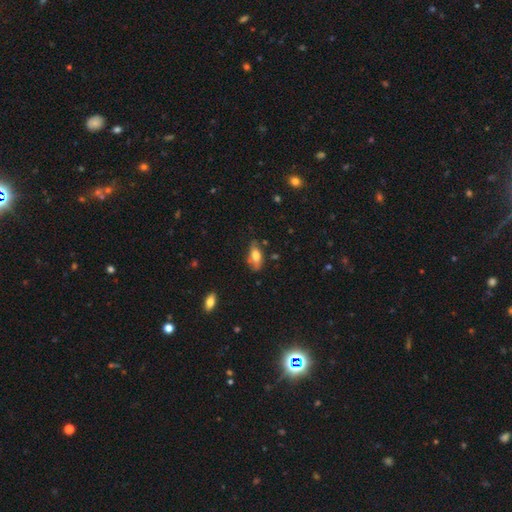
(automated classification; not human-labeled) This is likely a smooth galaxy (67%). How rounded: clearly in between (84%). Merging: likely none (60%).